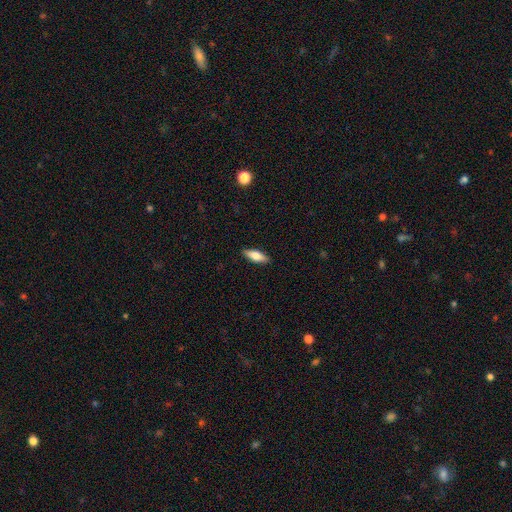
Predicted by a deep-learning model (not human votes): A smooth galaxy with no disk features (70%) that is in between round and cigar-shaped (61%).

Vote fractions:
- Smooth or featured? smooth: 70% / featured or disk: 24% / star or artifact: 6%
- How rounded? in between: 61% / cigar-shaped: 37% / round: 2%
- Merging? none: 89% / minor disturbance: 8% / major disturbance: 2% / merger: 1%